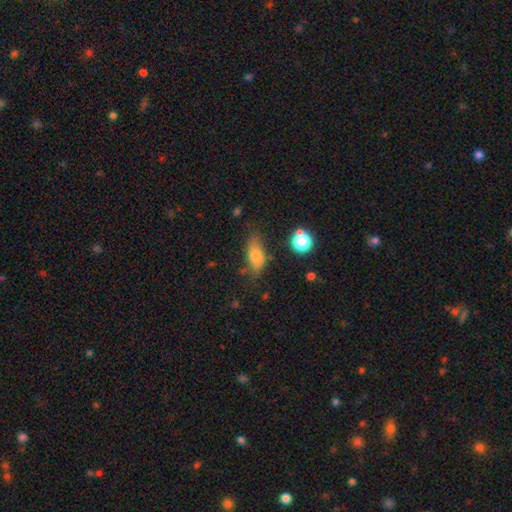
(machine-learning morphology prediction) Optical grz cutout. It shows a smooth galaxy with no disk features (71%) that is in between round and cigar-shaped (78%). Merging: none (65%).